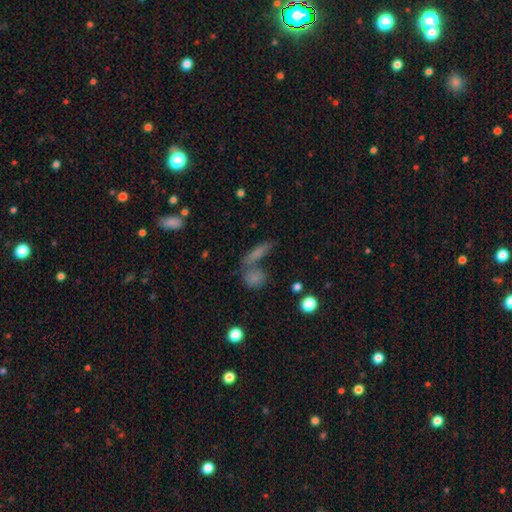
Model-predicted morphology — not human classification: Smooth or featured? smooth (61%)
How rounded? in between (39%, tied with cigar-shaped)
Merging? none (50%)